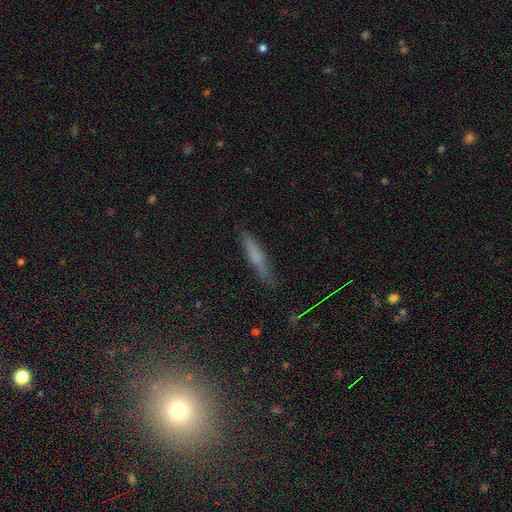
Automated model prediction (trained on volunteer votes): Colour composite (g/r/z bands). It shows a smooth galaxy with no disk features (60%) that is cigar-shaped (90%). Merging: none (82%).